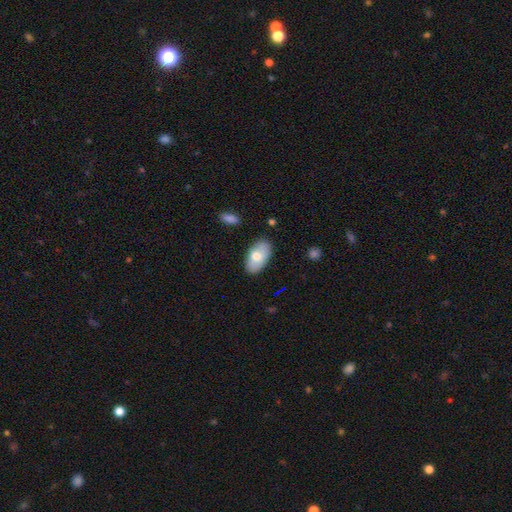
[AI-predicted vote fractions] This appears to be a smooth galaxy with no disk features (71%) that is in between round and cigar-shaped (94%). Merging: none (84%).